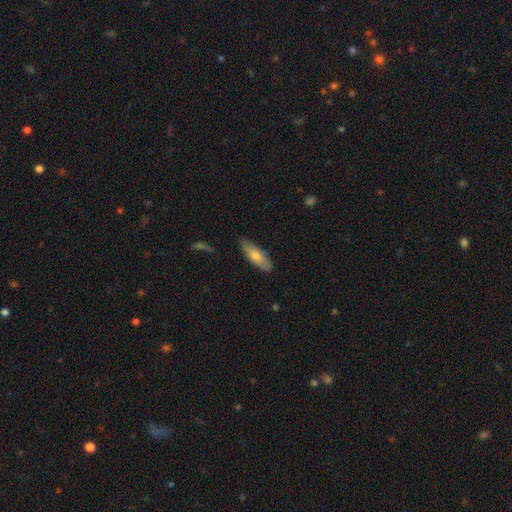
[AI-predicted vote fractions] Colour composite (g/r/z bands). It shows a smooth galaxy with no disk features (68%) that is in between round and cigar-shaped (55%). Merging: none (85%).